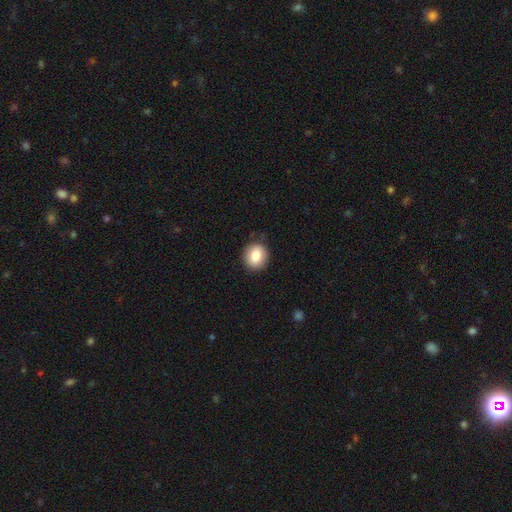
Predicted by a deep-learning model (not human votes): This appears to be a smooth galaxy with no disk features (83%) that is round (79%). Merging: none (86%).